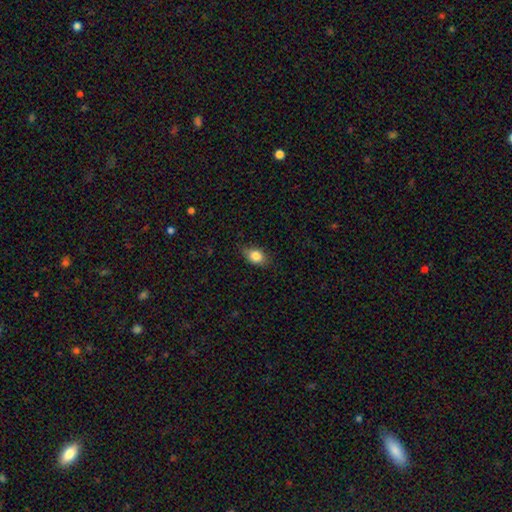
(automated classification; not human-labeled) This appears to be a smooth galaxy with no disk features (83%) that is in between round and cigar-shaped (73%). Merging: none (73%).